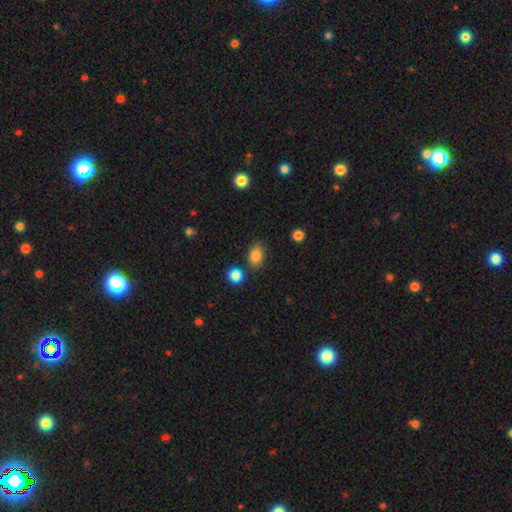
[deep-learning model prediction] Smooth or featured?
  - smooth: 84% *
  - star or artifact: 10%
  - featured or disk: 7%
How rounded?
  - in between: 80% *
  - round: 19%
  - cigar-shaped: 2%
Merging?
  - none: 76% *
  - minor disturbance: 14%
  - merger: 7%
  - major disturbance: 3%